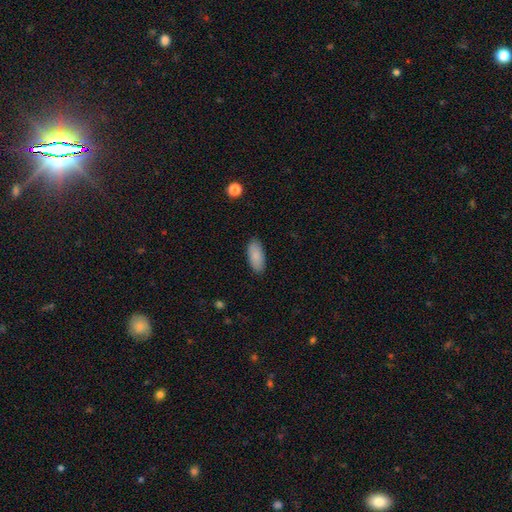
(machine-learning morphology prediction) A smooth galaxy with no disk features (88%) that is in between round and cigar-shaped (88%).

Vote fractions:
- Smooth or featured? smooth: 88% / featured or disk: 6% / star or artifact: 6%
- How rounded? in between: 88% / cigar-shaped: 10% / round: 2%
- Merging? none: 88% / minor disturbance: 9% / major disturbance: 2% / merger: 1%